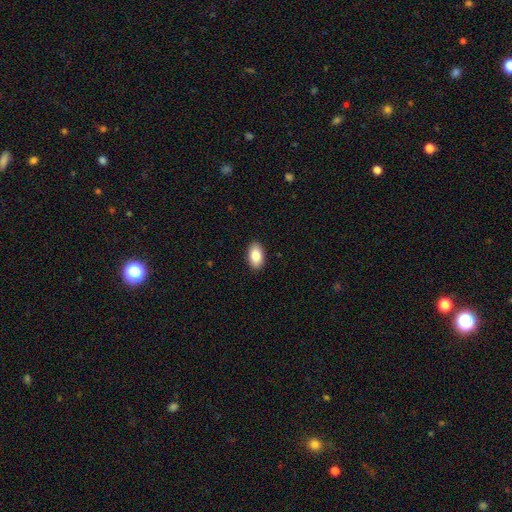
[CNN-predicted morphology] Smooth or featured? smooth (85%)
How rounded? in between (93%)
Merging? none (90%)